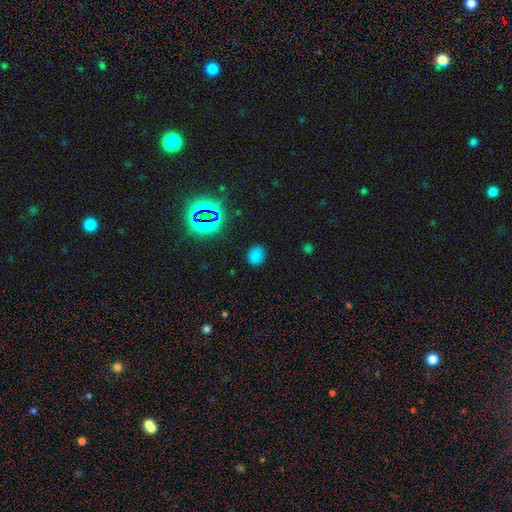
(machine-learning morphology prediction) This appears to be a smooth galaxy with no disk features (74%) that is in between round and cigar-shaped (64%). Merging: none (84%).